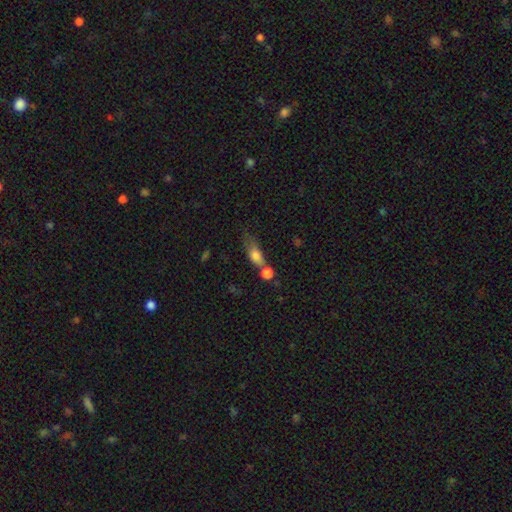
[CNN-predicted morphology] Overall: smooth (74%). How rounded: in between (67%). Merging: merger (32%; none 31%).